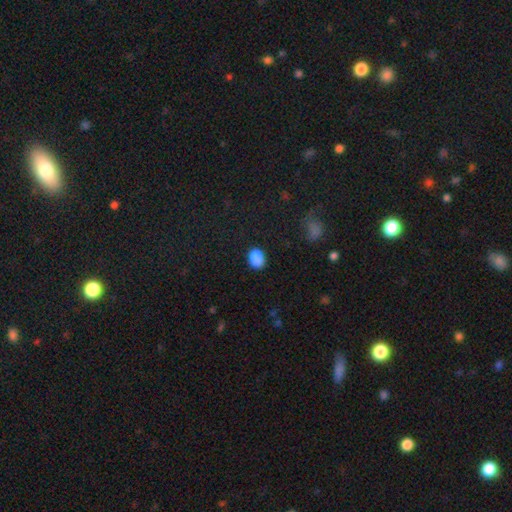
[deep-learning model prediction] smooth-or-featured: smooth: 87% | star or artifact: 9% | featured or disk: 4%
  how-rounded: in between: 74% | round: 25% | cigar-shaped: 1%
  merging: none: 74% | minor disturbance: 18% | major disturbance: 4% | merger: 4%